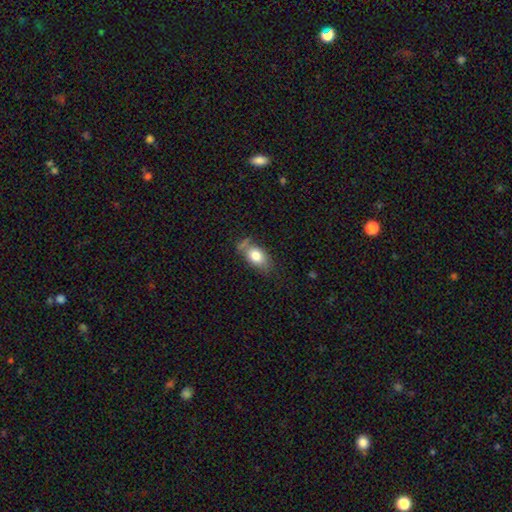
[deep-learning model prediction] smooth 77%, featured or disk 15%, star or artifact 8%. Down the decision tree: how rounded — in between (85%); merging — none (53%).